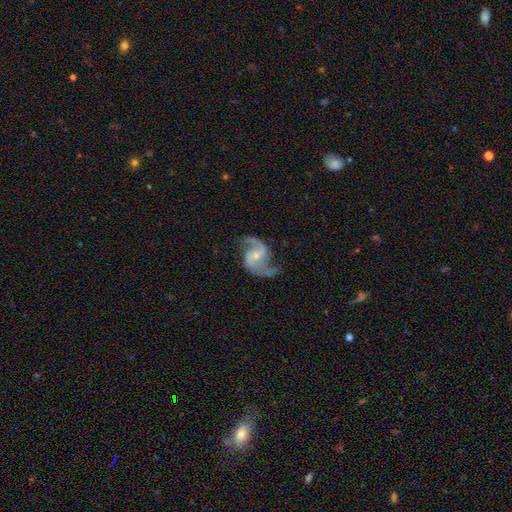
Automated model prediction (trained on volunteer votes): This is clearly a featured or disk galaxy (91%). It is clearly not viewed edge-on (98%). Bar: marginally weak (44%). Spiral arm pattern: clearly yes (98%). Spiral arm count: clearly 2 (94%). Spiral winding: possibly loose (49%). Central bulge: possibly small (55%). Merging: likely none (75%).